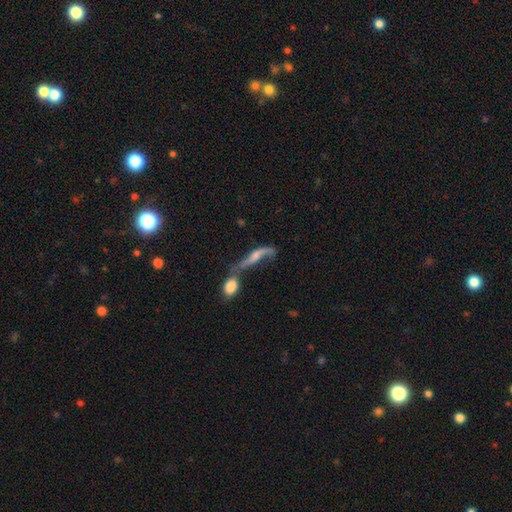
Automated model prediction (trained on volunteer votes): Overall: featured or disk (60%; smooth 31%). Edge-on disk: no (63%; yes 37%). Merging: merger (52%; none 21%).